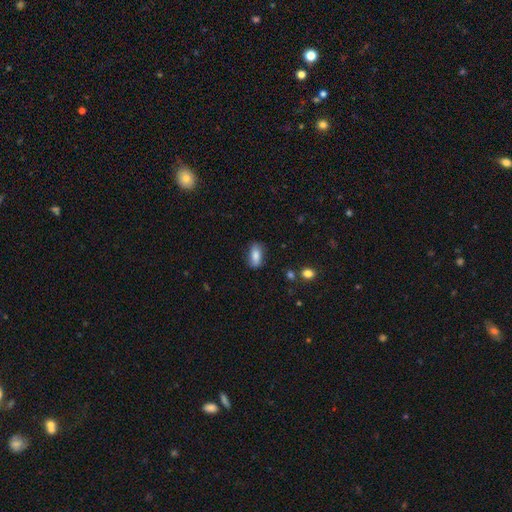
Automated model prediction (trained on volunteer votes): Smooth or featured?
  - smooth: 81% *
  - featured or disk: 12%
  - star or artifact: 7%
How rounded?
  - in between: 86% *
  - cigar-shaped: 10%
  - round: 4%
Merging?
  - none: 79% *
  - minor disturbance: 15%
  - major disturbance: 3%
  - merger: 2%